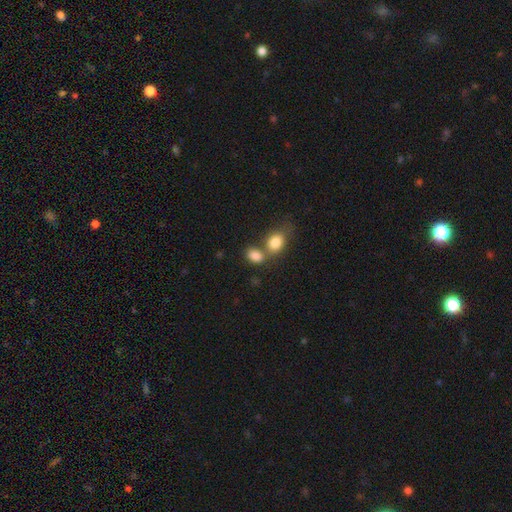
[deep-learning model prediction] Q: Smooth or featured?
A: smooth (84%); runner-up: star or artifact (9%)
Q: How rounded?
A: in between (76%); runner-up: round (22%)
Q: Merging?
A: merger (50%); runner-up: none (36%)